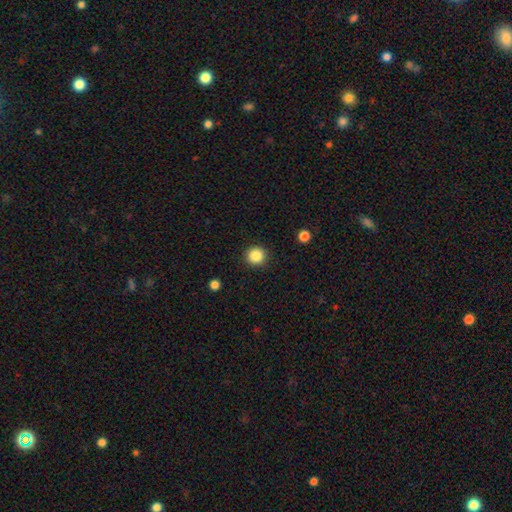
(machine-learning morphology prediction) smooth-or-featured: smooth: 86% | star or artifact: 10% | featured or disk: 4%
  how-rounded: round: 94% | in between: 6% | cigar-shaped: 1%
  merging: none: 91% | minor disturbance: 6% | major disturbance: 2% | merger: 1%